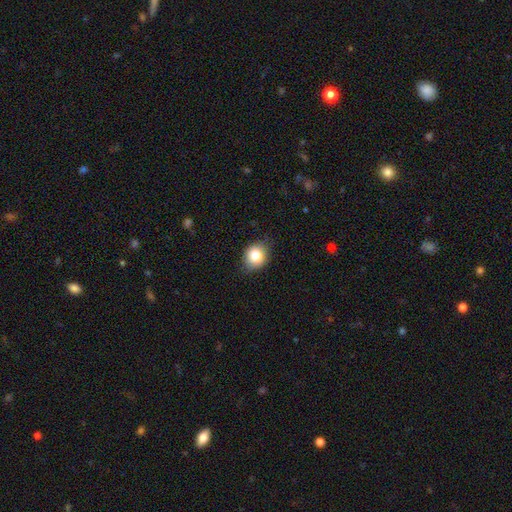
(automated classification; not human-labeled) Smooth or featured: smooth — 83% (star or artifact — 9%)
How rounded: round — 64% (in between — 35%)
Merging: none — 80% (minor disturbance — 16%)